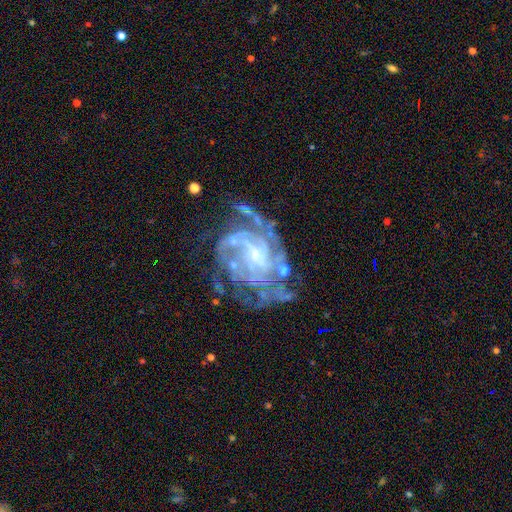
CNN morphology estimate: Smooth or featured? Predicted: featured or disk (p=0.87). Edge-on disk? Predicted: no (p=0.98). Bar? Predicted: no (p=0.58). Spiral arms? Predicted: yes (p=0.91). Spiral winding? Predicted: tight (p=0.58). Spiral arm count? Predicted: can't tell (p=0.37). Bulge size? Predicted: small (p=0.64). Merging? Predicted: none (p=0.50).